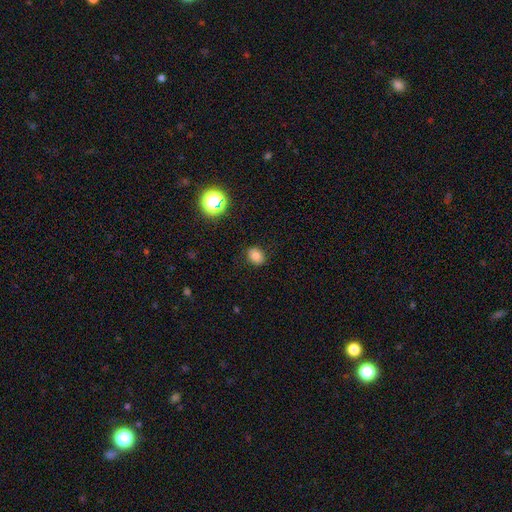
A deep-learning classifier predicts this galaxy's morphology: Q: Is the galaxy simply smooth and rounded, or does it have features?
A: smooth — 80%.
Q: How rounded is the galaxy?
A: in between — 58%.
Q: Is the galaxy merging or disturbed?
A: none — 86%.